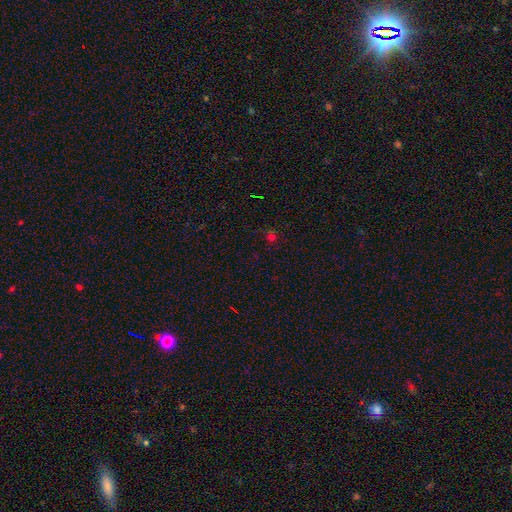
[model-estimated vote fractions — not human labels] Q: Smooth or featured?
A: star or artifact (52%); runner-up: smooth (41%)